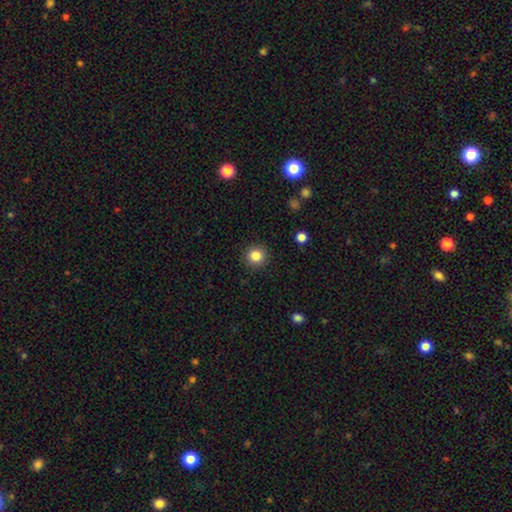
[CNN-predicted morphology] Q: Smooth or featured?
A: smooth (84%); runner-up: star or artifact (11%)
Q: How rounded?
A: round (94%); runner-up: in between (5%)
Q: Merging?
A: none (91%); runner-up: minor disturbance (6%)